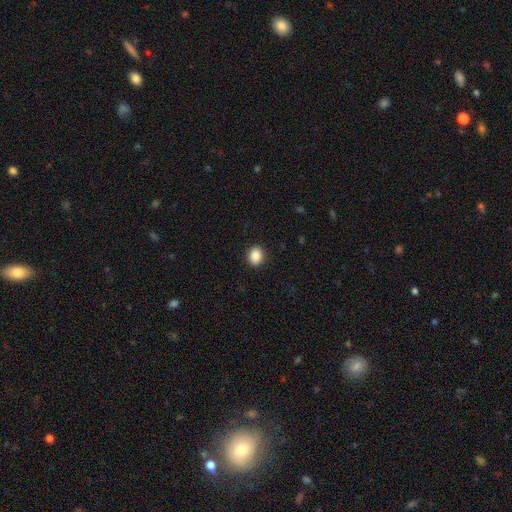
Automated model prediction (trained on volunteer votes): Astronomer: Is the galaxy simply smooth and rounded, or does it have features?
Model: smooth — 88%.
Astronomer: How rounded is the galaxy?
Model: round — 56% (runner-up: in between, 43%).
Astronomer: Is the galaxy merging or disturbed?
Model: none — 91%.